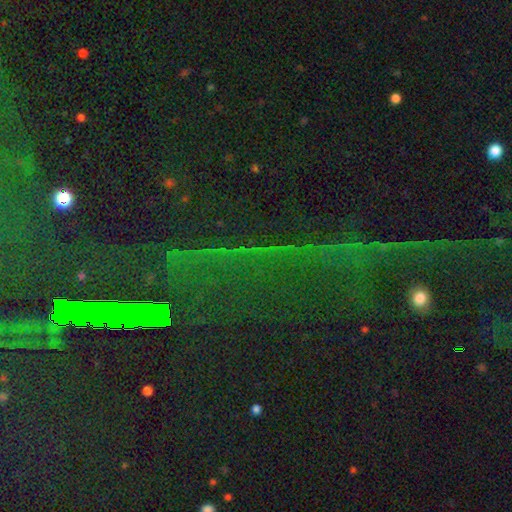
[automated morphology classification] star or artifact 83%, featured or disk 8%, smooth 8%.